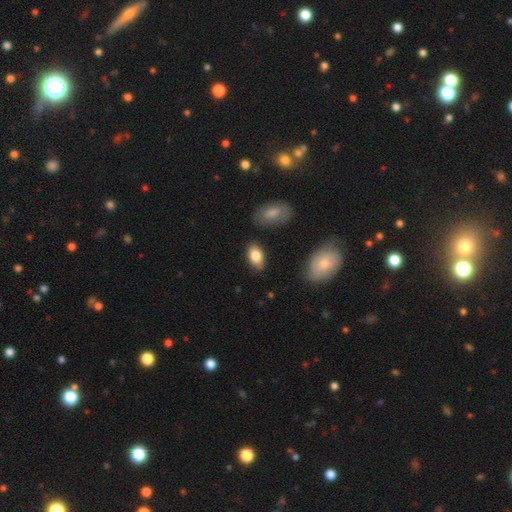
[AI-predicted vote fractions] Overall: smooth (82%). How rounded: in between (91%). Merging: none (79%).